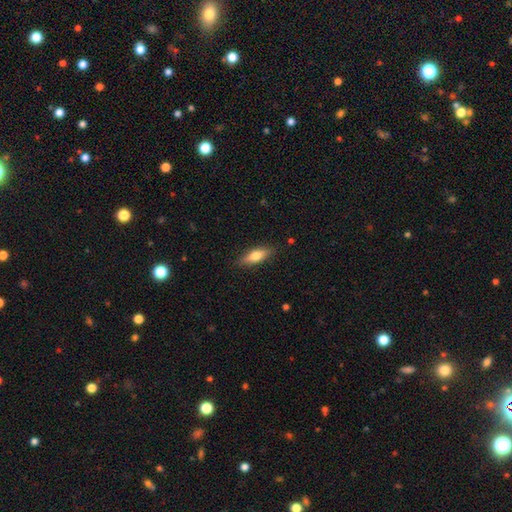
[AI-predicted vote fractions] The model was most divided on "how rounded": in between: 49%, cigar-shaped: 48%, round: 3%. More confident: merging — none (86%); smooth or featured — smooth (60%).